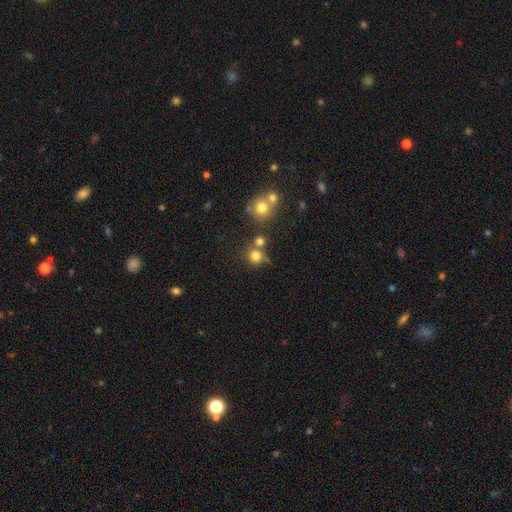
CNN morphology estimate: This is likely a smooth galaxy (78%). How rounded: clearly round (89%). Merging: likely none (62%).